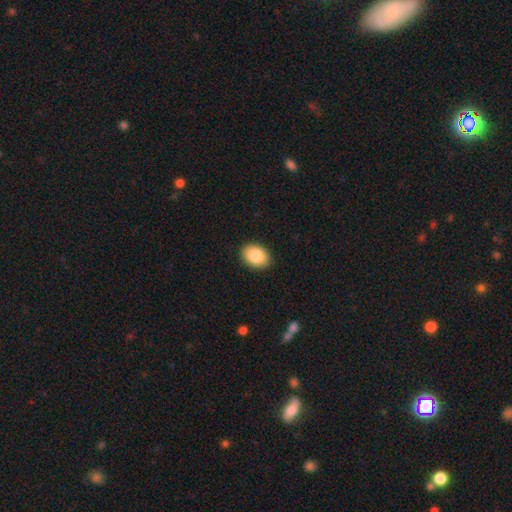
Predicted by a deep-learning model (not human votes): smooth-or-featured: smooth: 86% | featured or disk: 7% | star or artifact: 7%
  how-rounded: in between: 80% | round: 19% | cigar-shaped: 1%
  merging: none: 90% | minor disturbance: 7% | major disturbance: 2% | merger: 1%